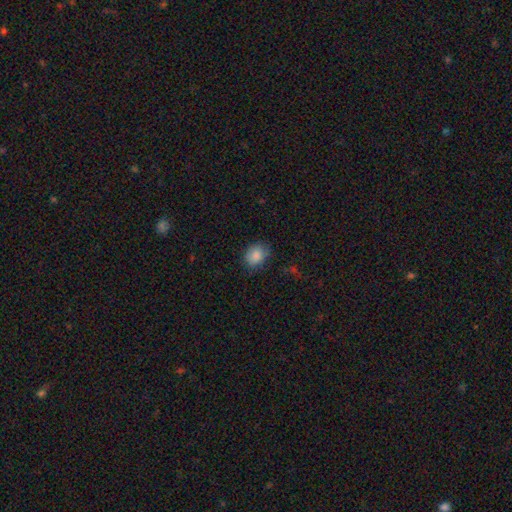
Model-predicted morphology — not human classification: A smooth galaxy with no disk features (86%) that is in between round and cigar-shaped (56%).

Vote fractions:
- Smooth or featured? smooth: 86% / star or artifact: 8% / featured or disk: 6%
- How rounded? in between: 56% / round: 43% / cigar-shaped: 1%
- Merging? none: 74% / minor disturbance: 20% / major disturbance: 5% / merger: 1%